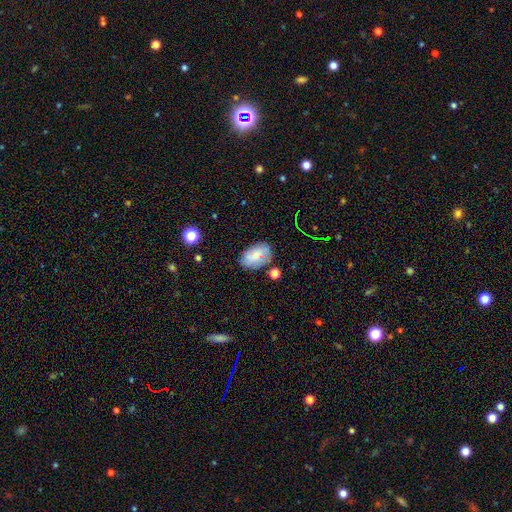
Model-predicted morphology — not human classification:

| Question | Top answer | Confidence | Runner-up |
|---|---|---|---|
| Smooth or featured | smooth | 67% | featured or disk (24%) |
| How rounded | in between | 88% | round (10%) |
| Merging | none | 69% | minor disturbance (20%) |